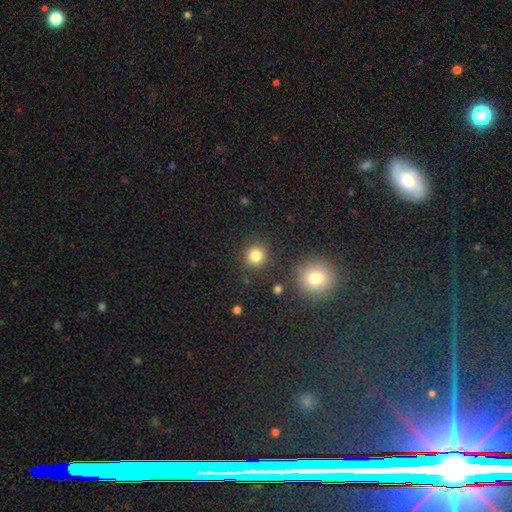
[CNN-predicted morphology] type=smooth (82%); roundness=round (89%); merging=none (87%).